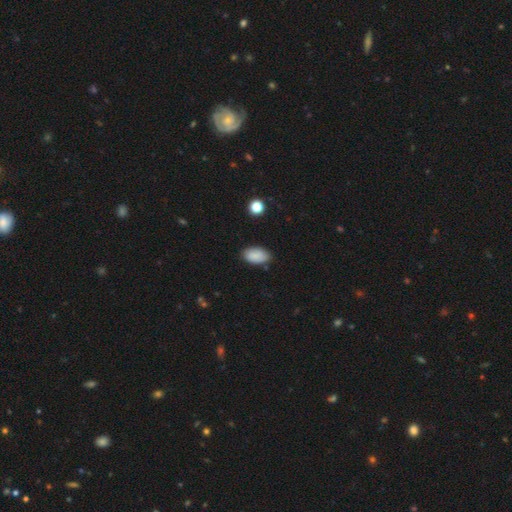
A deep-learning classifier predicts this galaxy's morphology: Smooth or featured? Predicted: smooth (p=0.88). How rounded? Predicted: in between (p=0.94). Merging? Predicted: none (p=0.81).